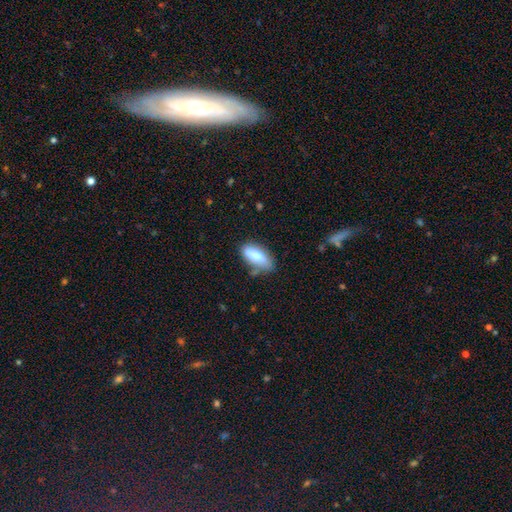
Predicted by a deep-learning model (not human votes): smooth 73%, featured or disk 20%, star or artifact 7%. Down the decision tree: how rounded — in between (77%); merging — none (63%).